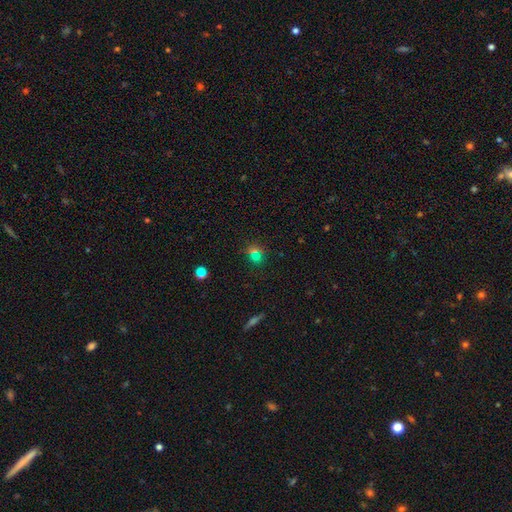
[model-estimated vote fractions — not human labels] smooth_or_featured: smooth (p=0.52) [alt: star or artifact p=0.37]
how_rounded: round (p=0.79) [alt: in between p=0.19]
merging: none (p=0.72) [alt: merger p=0.14]